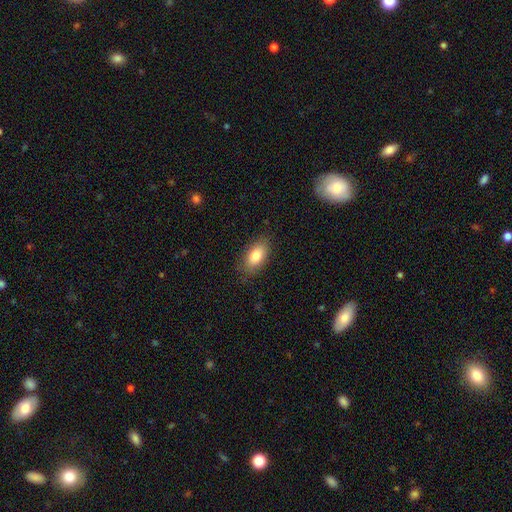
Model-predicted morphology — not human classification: A smooth galaxy with no disk features (83%) that is in between round and cigar-shaped (90%).

Vote fractions:
- Smooth or featured? smooth: 83% / featured or disk: 10% / star or artifact: 7%
- How rounded? in between: 90% / cigar-shaped: 5% / round: 5%
- Merging? none: 83% / minor disturbance: 13% / major disturbance: 3% / merger: 1%